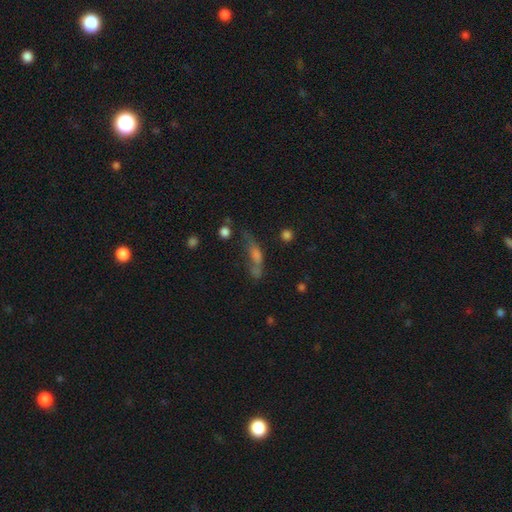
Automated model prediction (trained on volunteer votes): This is marginally a smooth galaxy (44%). Merging: marginally none (40%).